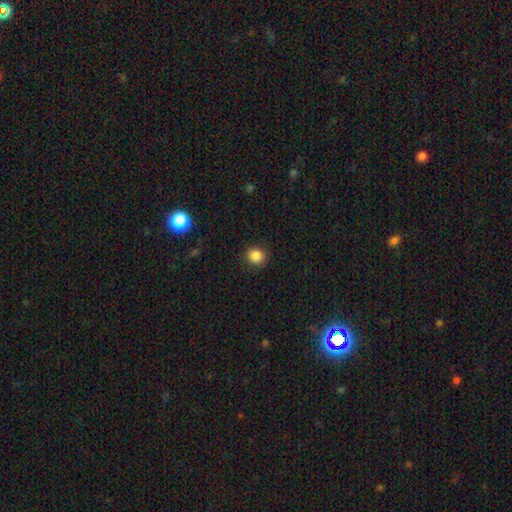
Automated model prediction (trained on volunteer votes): smooth_or_featured: smooth (p=0.86) [alt: star or artifact p=0.11]
how_rounded: round (p=0.85) [alt: in between p=0.14]
merging: none (p=0.89) [alt: minor disturbance p=0.08]